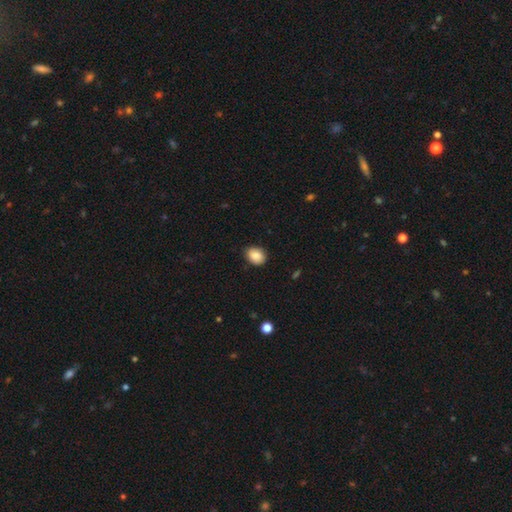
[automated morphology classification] Smooth or featured: smooth — 89% (star or artifact — 7%)
How rounded: in between — 59% (round — 40%)
Merging: none — 86% (minor disturbance — 11%)